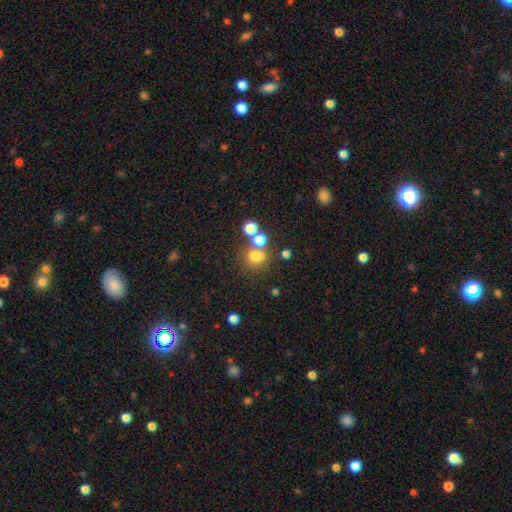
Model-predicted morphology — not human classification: smooth 68%, star or artifact 21%, featured or disk 11%. Down the decision tree: how rounded — round (82%); merging — none (56%).